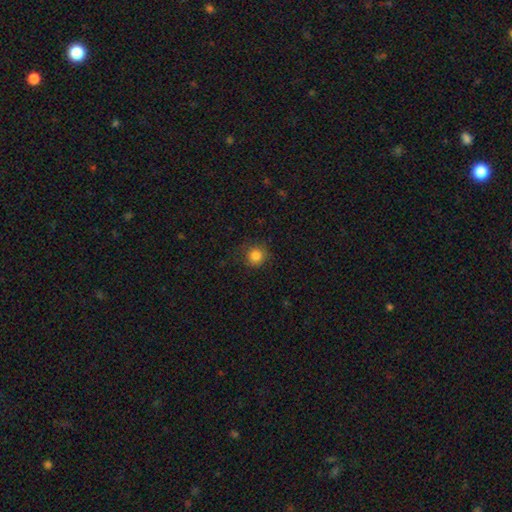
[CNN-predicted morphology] This is clearly a smooth galaxy (84%). How rounded: clearly round (92%). Merging: clearly none (85%).